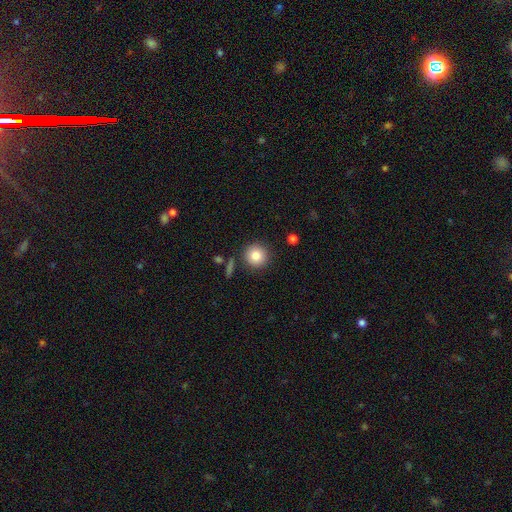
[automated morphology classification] smooth-or-featured: smooth: 83% | star or artifact: 9% | featured or disk: 7%
  how-rounded: round: 94% | in between: 5% | cigar-shaped: 1%
  merging: none: 87% | minor disturbance: 7% | merger: 3% | major disturbance: 3%